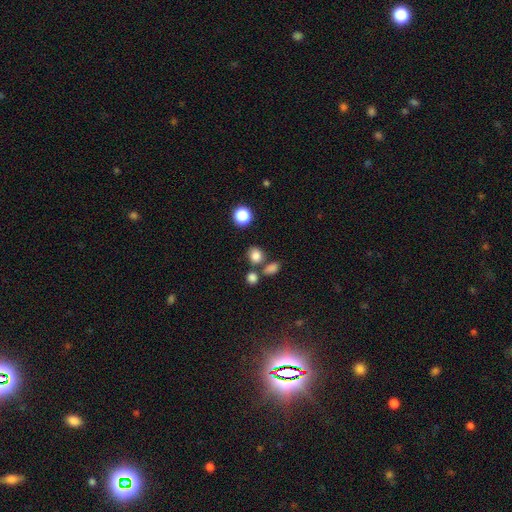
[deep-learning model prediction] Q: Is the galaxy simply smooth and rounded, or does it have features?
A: smooth — 80%.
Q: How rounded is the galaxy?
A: round — 61%.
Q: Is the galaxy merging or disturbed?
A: none — 63%.